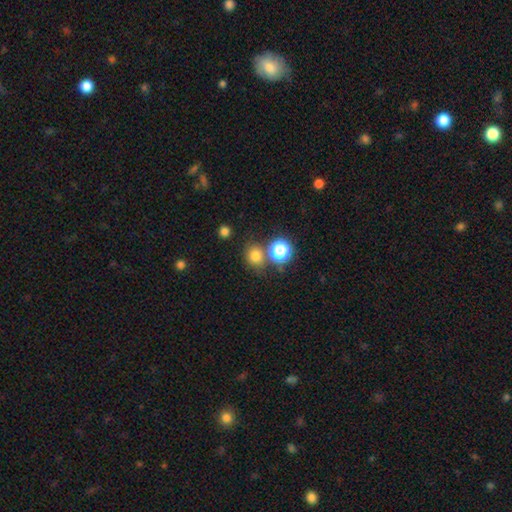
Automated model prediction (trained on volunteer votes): Morphology: type=smooth (75%); roundness=round (78%); merging=none (72%).